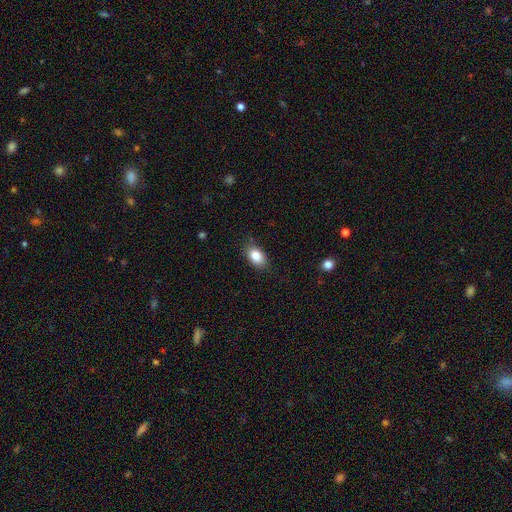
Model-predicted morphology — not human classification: A smooth galaxy with no disk features (85%) that is in between round and cigar-shaped (87%).

Vote fractions:
- Smooth or featured? smooth: 85% / star or artifact: 8% / featured or disk: 7%
- How rounded? in between: 87% / round: 12% / cigar-shaped: 1%
- Merging? none: 83% / minor disturbance: 13% / major disturbance: 3% / merger: 1%